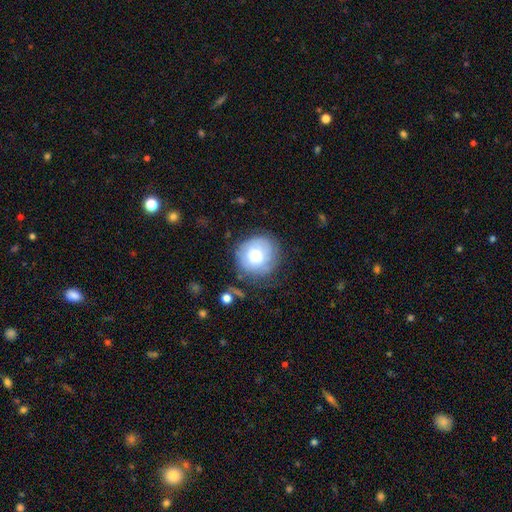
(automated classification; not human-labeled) Smooth or featured? Predicted: smooth (p=0.66). How rounded? Predicted: round (p=0.90). Merging? Predicted: none (p=0.65).